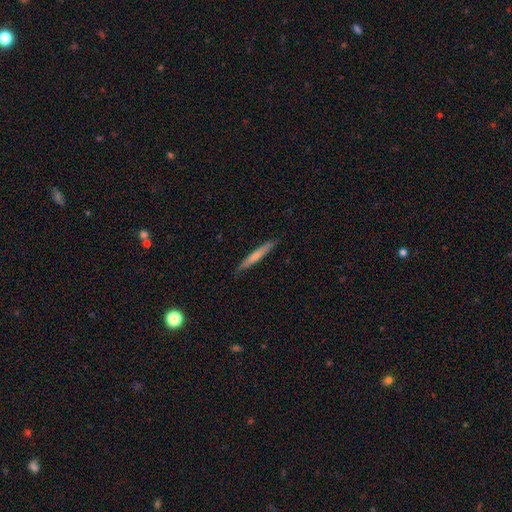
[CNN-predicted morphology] type=smooth (60%); roundness=cigar-shaped (96%); merging=none (89%).